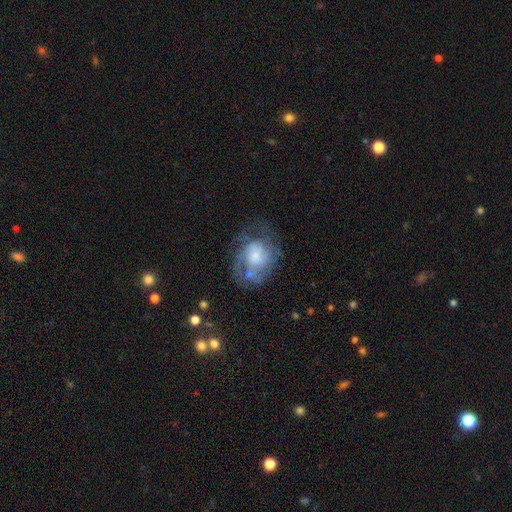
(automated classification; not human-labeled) A featured or disk galaxy (65%) with no bar (73%), spiral arms (77%) and a small central bulge (38%). Merging: none (48%).